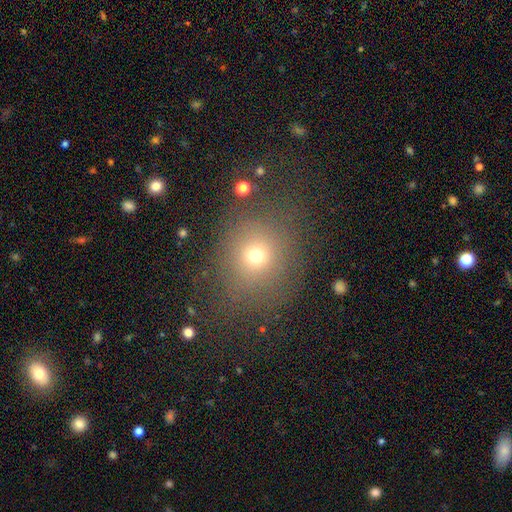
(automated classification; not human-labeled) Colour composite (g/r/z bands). It shows a smooth galaxy with no disk features (67%) that is round (82%). Merging: none (77%).